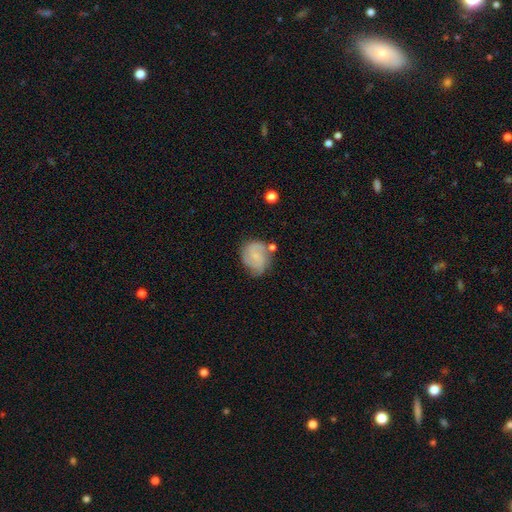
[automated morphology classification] Smooth or featured?
  - featured or disk: 65% *
  - smooth: 27%
  - star or artifact: 7%
Edge-on disk?
  - no: 98% *
  - yes: 2%
Bar?
  - no: 61% *
  - weak: 34%
  - strong: 5%
Spiral arms?
  - yes: 91% *
  - no: 9%
Spiral winding?
  - medium: 45% *
  - tight: 40%
  - loose: 15%
Spiral arm count?
  - 3: 36% *
  - 2: 33%
  - can't tell: 18%
  - 4: 6%
  - 1: 4%
  - more than 4: 3%
Bulge size?
  - small: 58% *
  - none: 23%
  - moderate: 16%
  - large: 1%
  - dominant: 1%
Merging?
  - none: 59% *
  - minor disturbance: 23%
  - merger: 9%
  - major disturbance: 9%